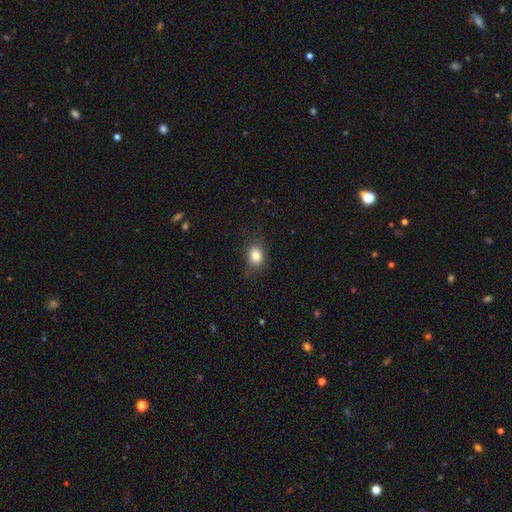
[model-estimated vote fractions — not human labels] A smooth galaxy with no disk features (83%) that is in between round and cigar-shaped (57%). Merging: none (81%).